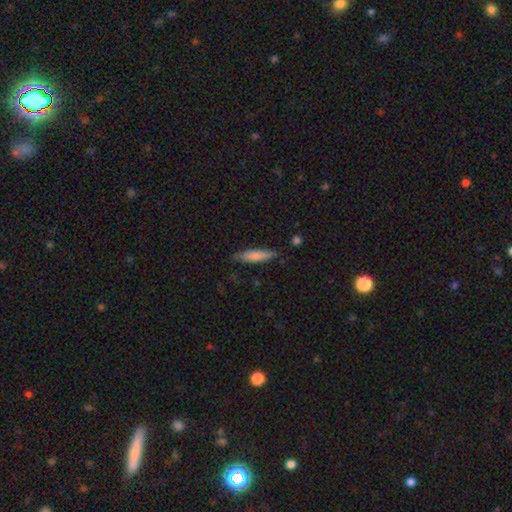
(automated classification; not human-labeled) Overall: smooth (76%). How rounded: cigar-shaped (74%). Merging: none (79%).